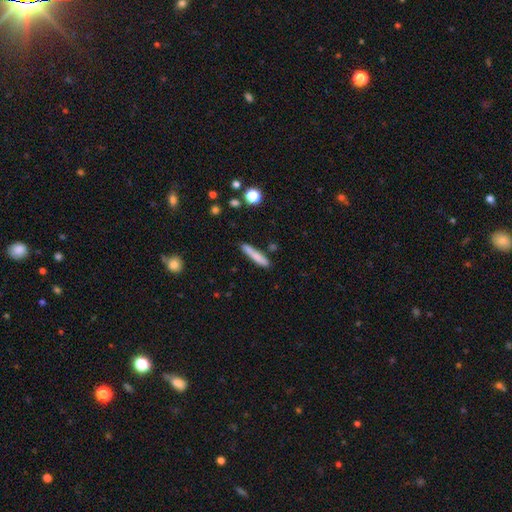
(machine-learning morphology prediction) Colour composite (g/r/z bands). It shows a smooth galaxy with no disk features (78%) that is cigar-shaped (89%). Merging: none (80%).